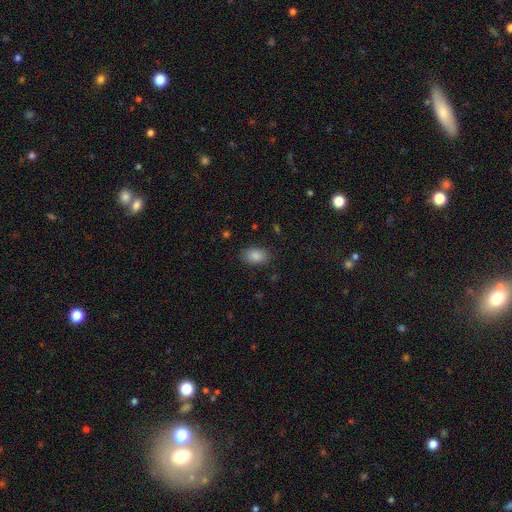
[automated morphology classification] This is clearly a smooth galaxy (87%). How rounded: clearly in between (86%). Merging: clearly none (84%).